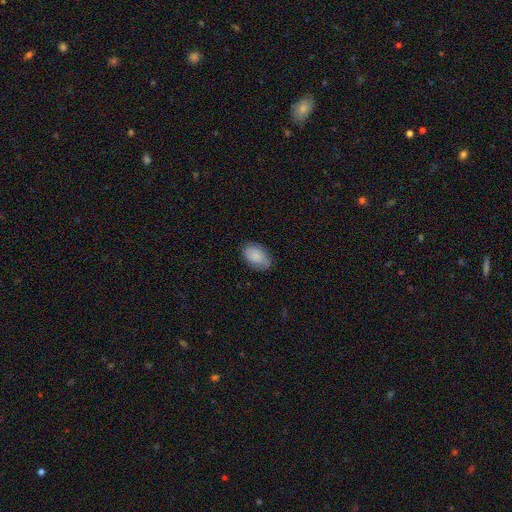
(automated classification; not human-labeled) This appears to be a smooth galaxy with no disk features (85%) that is in between round and cigar-shaped (90%). Merging: none (80%).